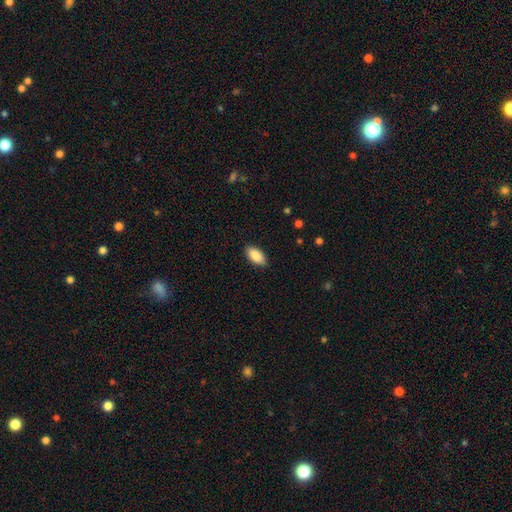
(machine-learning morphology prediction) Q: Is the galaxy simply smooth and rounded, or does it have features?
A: smooth — 88%.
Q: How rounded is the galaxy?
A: in between — 92%.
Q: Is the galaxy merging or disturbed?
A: none — 88%.